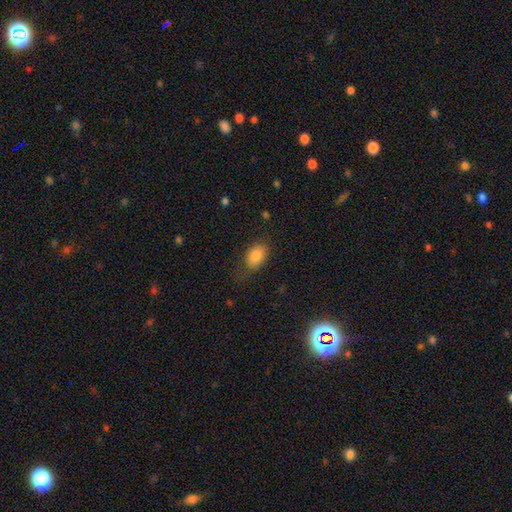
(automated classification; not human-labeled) This is clearly a smooth galaxy (84%). How rounded: clearly in between (85%). Merging: likely none (68%).